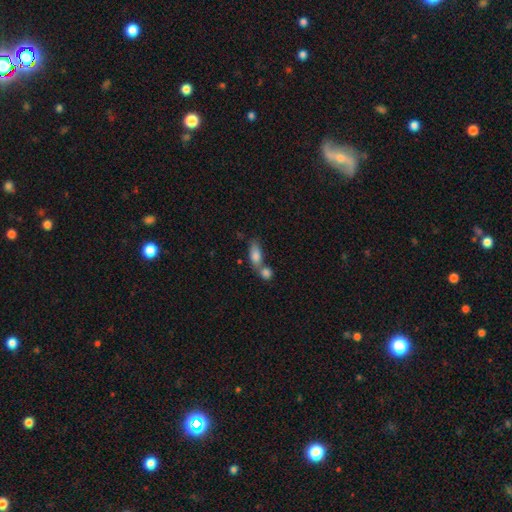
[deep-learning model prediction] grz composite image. It shows a smooth galaxy with no disk features (80%) that is in between round and cigar-shaped (76%). Merging: merger (55%).